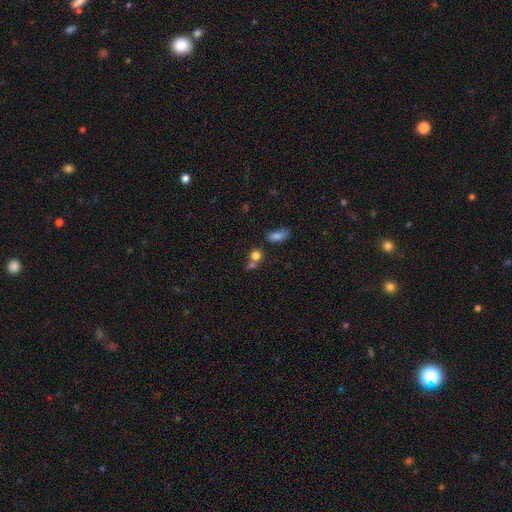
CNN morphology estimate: Smooth or featured: smooth — 76% (star or artifact — 14%)
How rounded: round — 74% (in between — 23%)
Merging: merger — 43% (none — 41%)